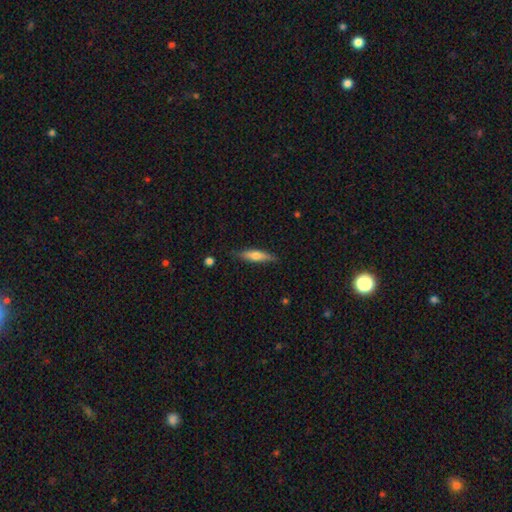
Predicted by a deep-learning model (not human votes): smooth_or_featured: smooth (p=0.61) [alt: featured or disk p=0.33]
how_rounded: cigar-shaped (p=0.72) [alt: in between p=0.26]
merging: none (p=0.79) [alt: minor disturbance p=0.16]